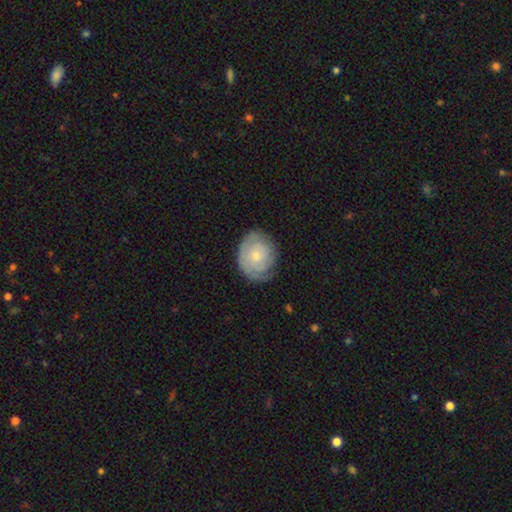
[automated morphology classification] smooth_or_featured: featured or disk (p=0.56) [alt: smooth p=0.38]
disk_edge_on: no (p=0.97) [alt: yes p=0.03]
bar: no (p=0.84) [alt: weak p=0.14]
has_spiral_arms: yes (p=0.81) [alt: no p=0.19]
bulge_size: small (p=0.64) [alt: moderate p=0.31]
merging: none (p=0.69) [alt: minor disturbance p=0.23]